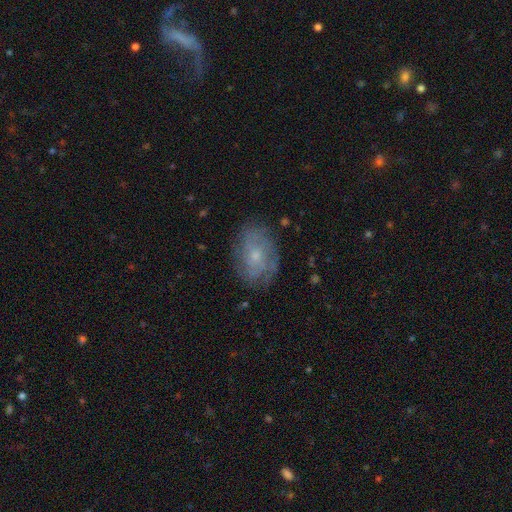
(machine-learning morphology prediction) Smooth or featured? Predicted: featured or disk (p=0.58). Edge-on disk? Predicted: no (p=0.96). Bar? Predicted: no (p=0.80). Spiral arms? Predicted: yes (p=0.74). Bulge size? Predicted: small (p=0.63). Merging? Predicted: none (p=0.74).